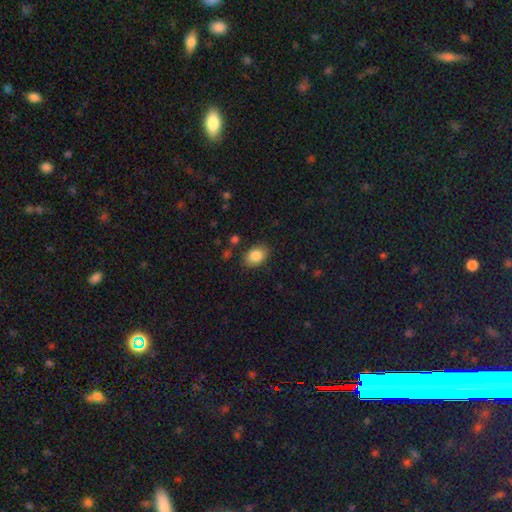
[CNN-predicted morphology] Q: Smooth or featured?
A: smooth (86%); runner-up: star or artifact (8%)
Q: How rounded?
A: in between (79%); runner-up: round (20%)
Q: Merging?
A: none (82%); runner-up: minor disturbance (13%)